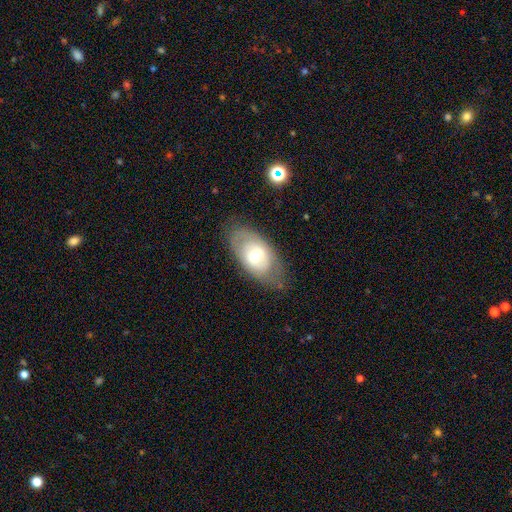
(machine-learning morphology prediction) This is possibly a smooth galaxy (52%). How rounded: clearly in between (90%). Merging: likely none (74%).